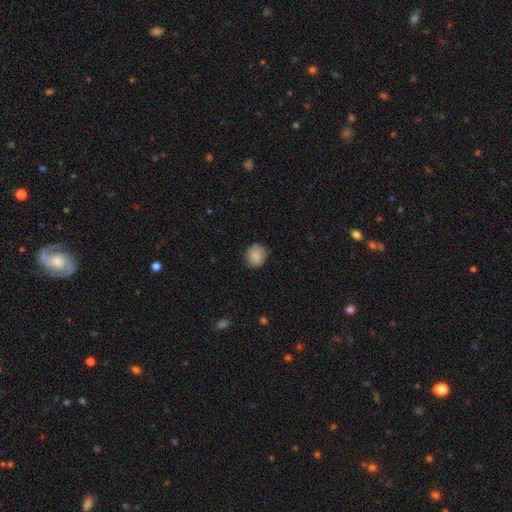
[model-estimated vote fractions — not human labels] smooth-or-featured: smooth: 83% | featured or disk: 9% | star or artifact: 8%
  how-rounded: round: 82% | in between: 18% | cigar-shaped: 1%
  merging: none: 78% | minor disturbance: 17% | major disturbance: 4% | merger: 1%